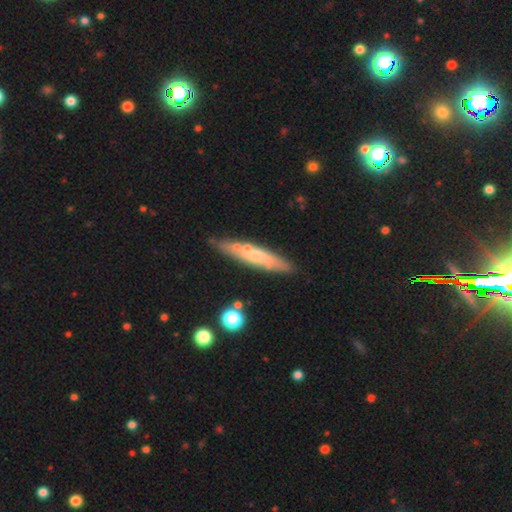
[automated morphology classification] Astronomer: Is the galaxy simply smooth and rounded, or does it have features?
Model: featured or disk — 47% (runner-up: smooth, 46%).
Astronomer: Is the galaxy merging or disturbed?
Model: none — 75%.